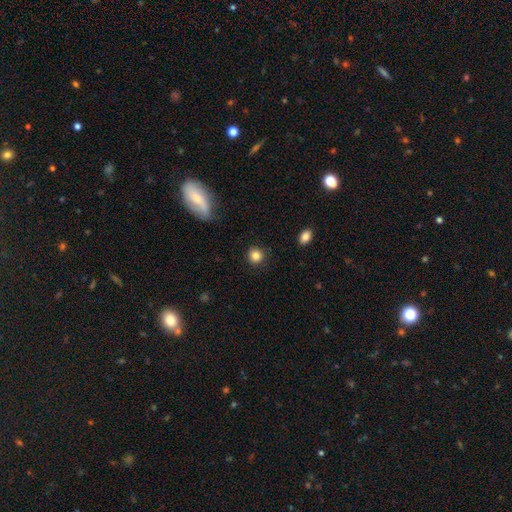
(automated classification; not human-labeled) This is clearly a smooth galaxy (85%). How rounded: clearly round (91%). Merging: clearly none (90%).